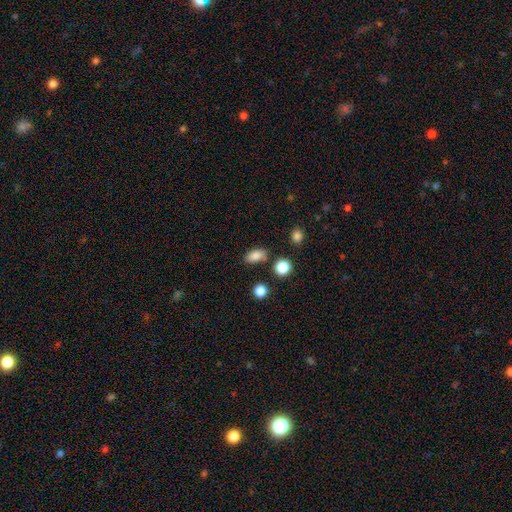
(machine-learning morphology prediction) Q: Smooth or featured?
A: smooth (84%); runner-up: star or artifact (10%)
Q: How rounded?
A: in between (83%); runner-up: round (13%)
Q: Merging?
A: none (79%); runner-up: minor disturbance (12%)